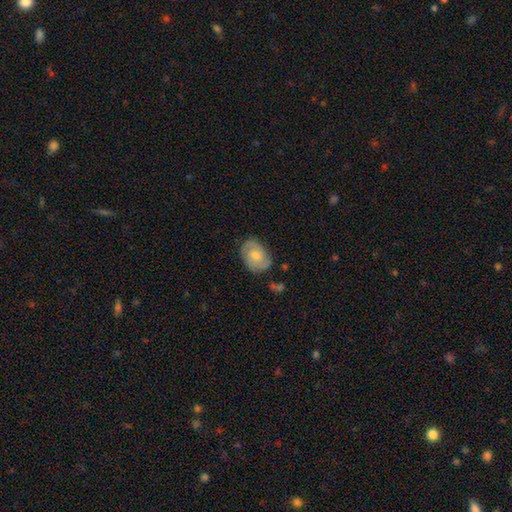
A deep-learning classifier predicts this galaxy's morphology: Overall: featured or disk (53%; smooth 40%). Edge-on disk: no (96%). Bar: no (67%; weak 29%). Spiral arms: yes (82%). Bulge size: moderate (53%; small 40%). Merging: none (72%).